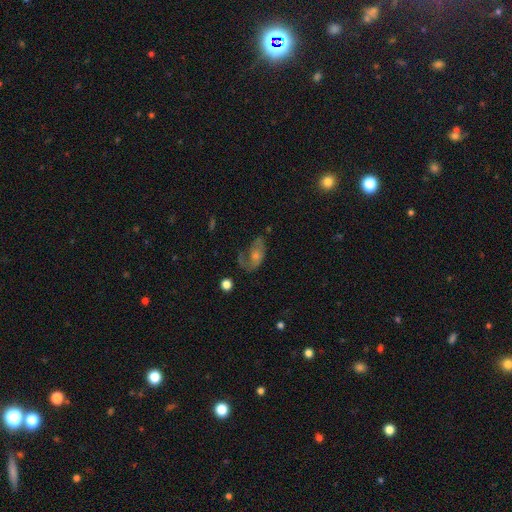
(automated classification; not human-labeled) featured or disk 61%, smooth 26%, star or artifact 13%. Down the decision tree: edge-on disk — no (94%); bar — no (76%); spiral arms — yes (73%); bulge size — small (51%); merging — none (42%).